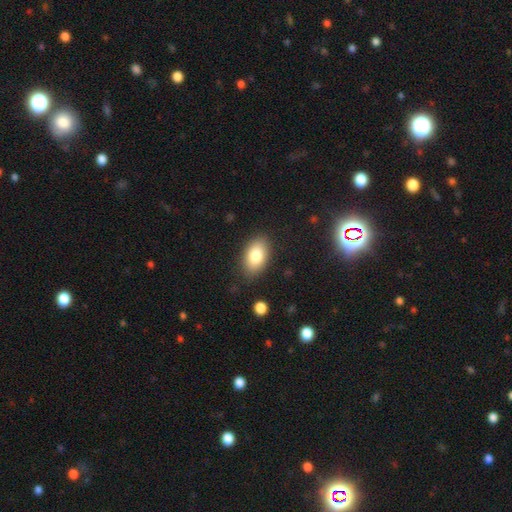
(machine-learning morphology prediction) Smooth or featured: smooth — 81% (featured or disk — 11%)
How rounded: in between — 91% (round — 7%)
Merging: none — 84% (minor disturbance — 11%)